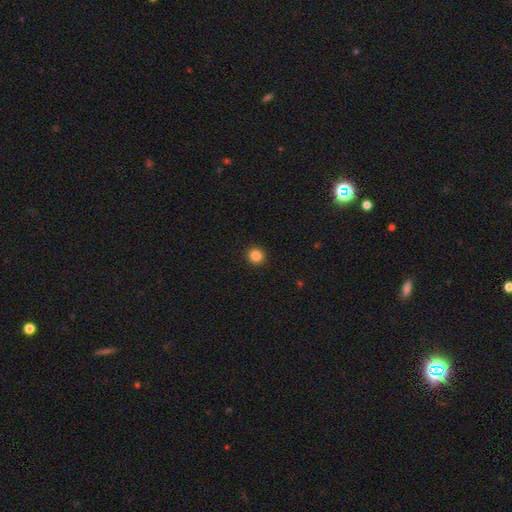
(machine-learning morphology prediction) type=smooth (85%); roundness=round (93%); merging=none (93%).